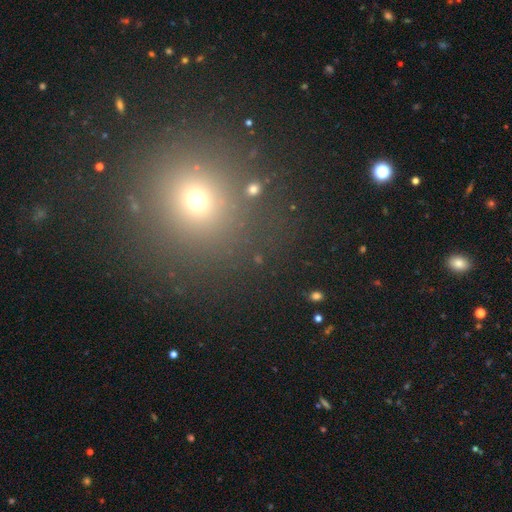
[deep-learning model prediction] A smooth galaxy with no disk features (58%) that is round (91%). Merging: none (87%).